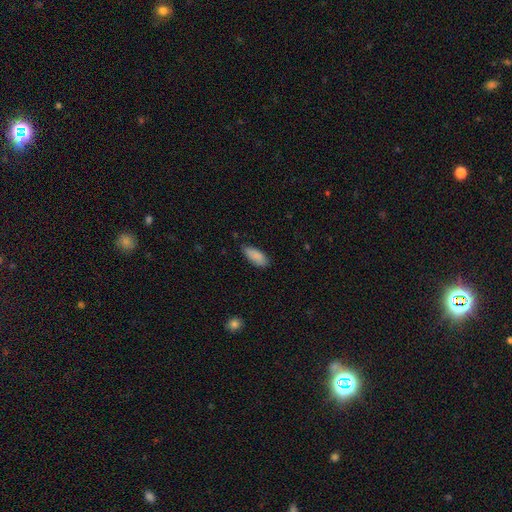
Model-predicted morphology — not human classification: This is clearly a smooth galaxy (89%). How rounded: clearly in between (83%). Merging: clearly none (82%).